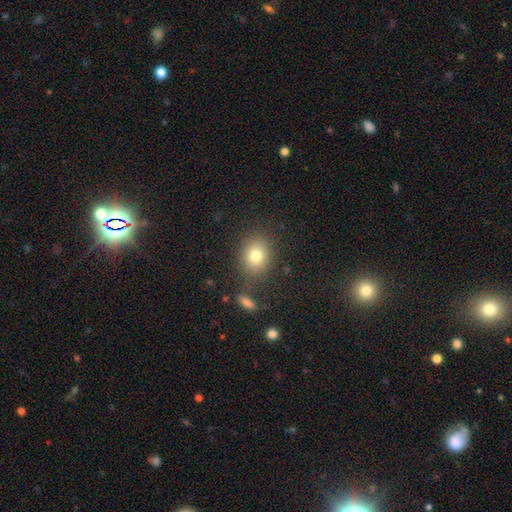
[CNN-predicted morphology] Smooth or featured: smooth — 79% (star or artifact — 12%)
How rounded: round — 61% (in between — 38%)
Merging: none — 80% (minor disturbance — 11%)